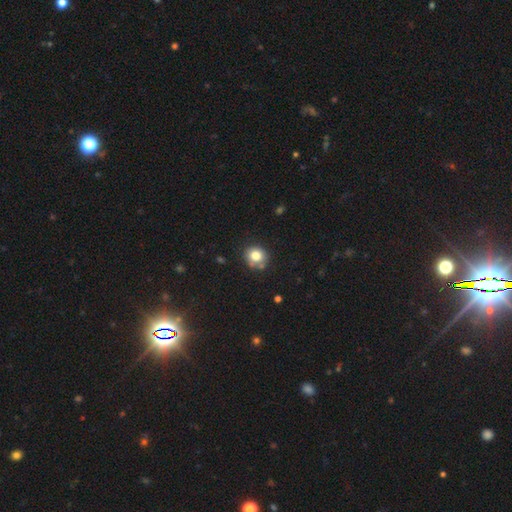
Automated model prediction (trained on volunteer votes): Morphology: type=smooth (79%); roundness=round (80%); merging=none (74%).